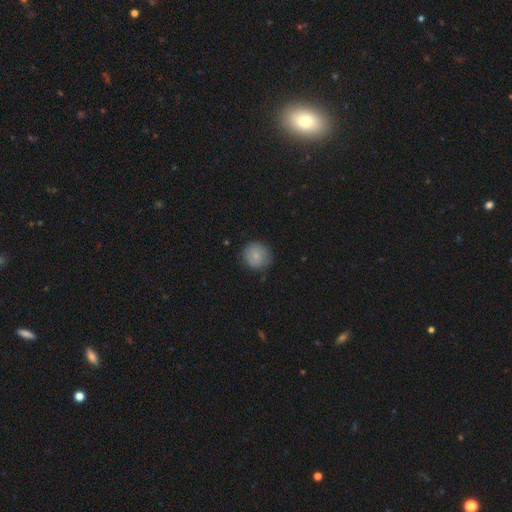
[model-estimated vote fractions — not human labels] smooth-or-featured: smooth: 83% | featured or disk: 9% | star or artifact: 8%
  how-rounded: round: 91% | in between: 8% | cigar-shaped: 1%
  merging: none: 82% | minor disturbance: 14% | major disturbance: 3% | merger: 1%